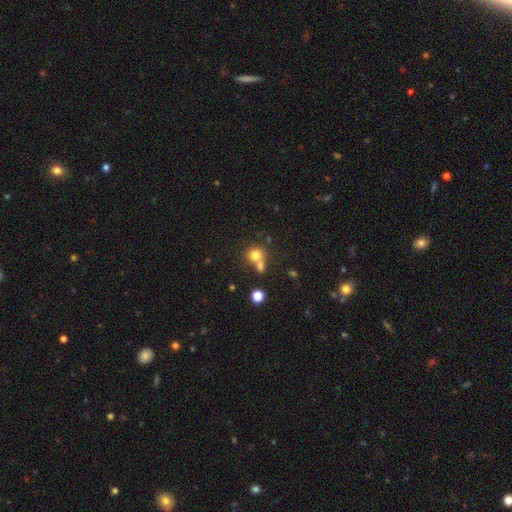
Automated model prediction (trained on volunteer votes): Morphology: type=smooth (76%); roundness=round (82%); merging=none (45%).